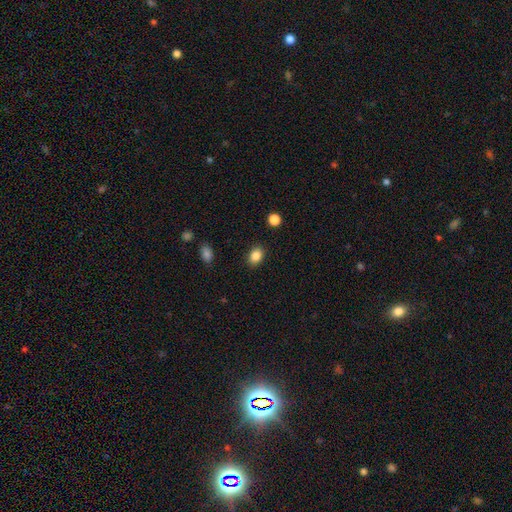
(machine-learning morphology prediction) A smooth galaxy with no disk features (86%) that is in between round and cigar-shaped (72%). Merging: none (87%).